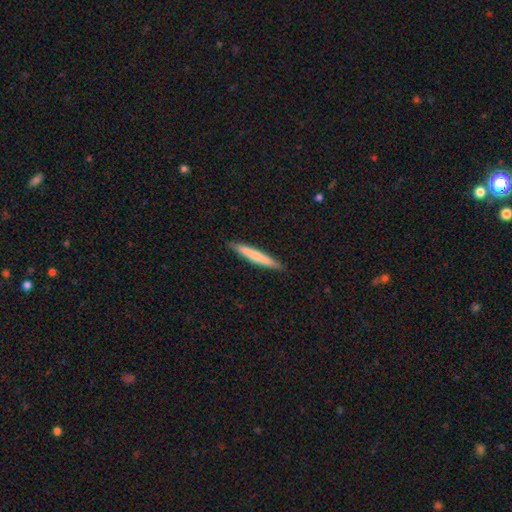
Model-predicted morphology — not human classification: smooth-or-featured: smooth: 68% | featured or disk: 26% | star or artifact: 5%
  how-rounded: cigar-shaped: 96% | in between: 3% | round: 1%
  merging: none: 90% | minor disturbance: 8% | major disturbance: 1% | merger: 1%